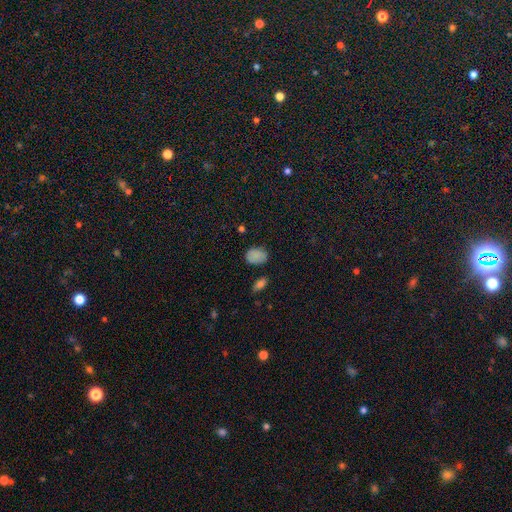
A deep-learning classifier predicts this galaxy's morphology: smooth 83%, star or artifact 11%, featured or disk 6%. Down the decision tree: how rounded — in between (74%); merging — none (76%).